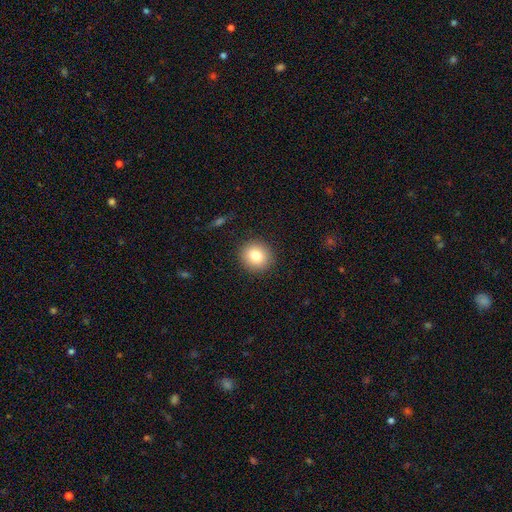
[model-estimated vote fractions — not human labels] A smooth galaxy with no disk features (81%) that is round (87%). Merging: none (90%).